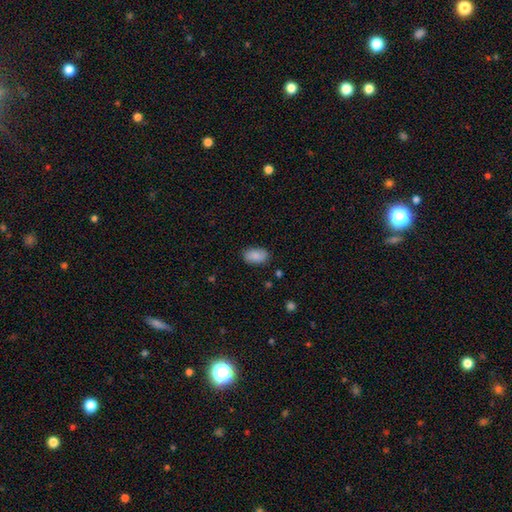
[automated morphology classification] Smooth or featured? Predicted: smooth (p=0.85). How rounded? Predicted: in between (p=0.92). Merging? Predicted: none (p=0.83).